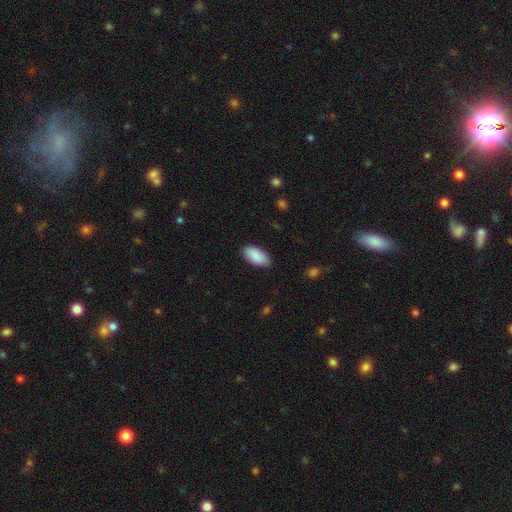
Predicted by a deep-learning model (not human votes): Smooth or featured?
  - smooth: 89% *
  - star or artifact: 6%
  - featured or disk: 5%
How rounded?
  - in between: 94% *
  - cigar-shaped: 4%
  - round: 2%
Merging?
  - none: 86% *
  - minor disturbance: 11%
  - major disturbance: 2%
  - merger: 1%